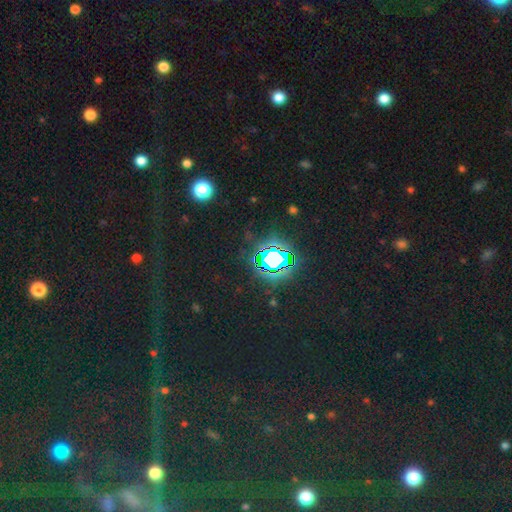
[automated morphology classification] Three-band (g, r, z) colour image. It shows a star or artifact, not a galaxy (80%).